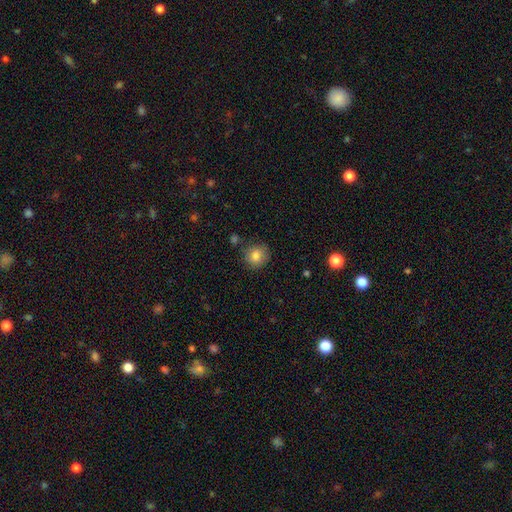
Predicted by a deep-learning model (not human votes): Smooth or featured? Predicted: smooth (p=0.83). How rounded? Predicted: round (p=0.89). Merging? Predicted: none (p=0.82).